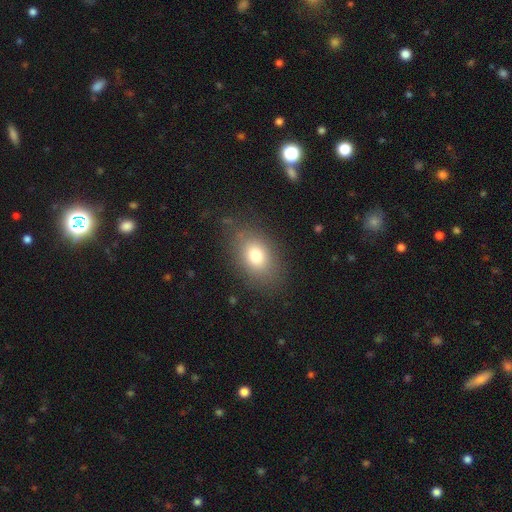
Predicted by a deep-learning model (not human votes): Q: Smooth or featured?
A: smooth (77%); runner-up: featured or disk (12%)
Q: How rounded?
A: in between (77%); runner-up: round (22%)
Q: Merging?
A: none (79%); runner-up: minor disturbance (14%)